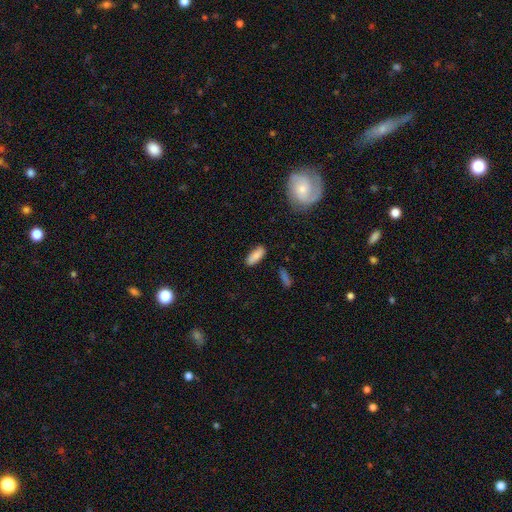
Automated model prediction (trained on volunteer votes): Smooth or featured? Predicted: smooth (p=0.87). How rounded? Predicted: in between (p=0.73). Merging? Predicted: none (p=0.83).